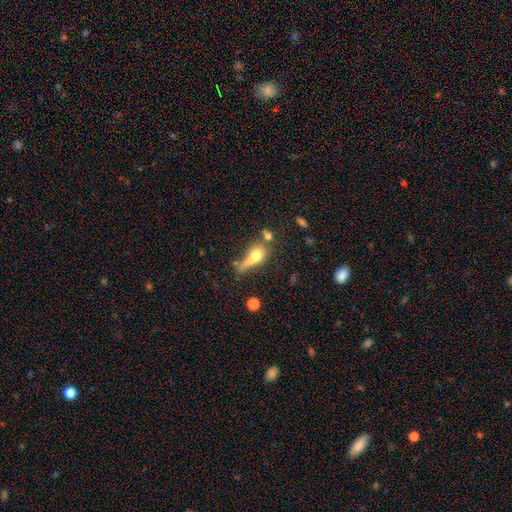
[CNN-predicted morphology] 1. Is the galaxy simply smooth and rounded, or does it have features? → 61% smooth, 27% featured or disk, 12% star or artifact.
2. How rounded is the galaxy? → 46% in between, 29% round, 25% cigar-shaped.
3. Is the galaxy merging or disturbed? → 29% merger, 28% none, 25% major disturbance, 18% minor disturbance.